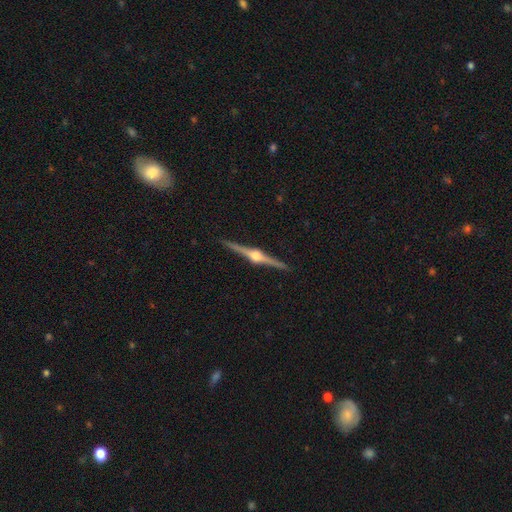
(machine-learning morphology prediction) Q: Smooth or featured?
A: featured or disk (89%); runner-up: smooth (6%)
Q: Edge-on disk?
A: yes (99%); runner-up: no (1%)
Q: Edge-on bulge?
A: rounded (95%); runner-up: boxy (3%)
Q: Merging?
A: none (93%); runner-up: minor disturbance (5%)